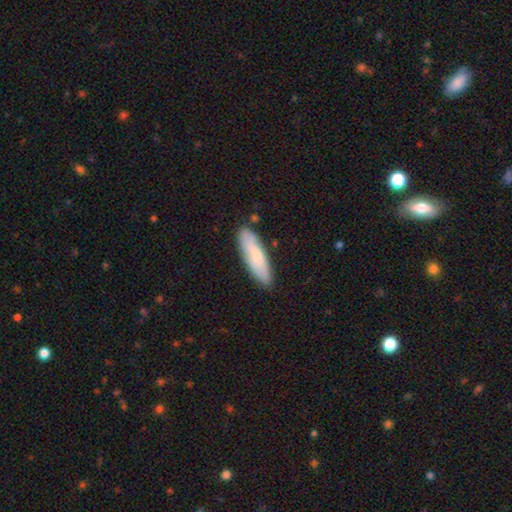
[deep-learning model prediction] smooth_or_featured: smooth (p=0.72) [alt: featured or disk p=0.22]
how_rounded: cigar-shaped (p=0.62) [alt: in between p=0.36]
merging: none (p=0.84) [alt: minor disturbance p=0.12]